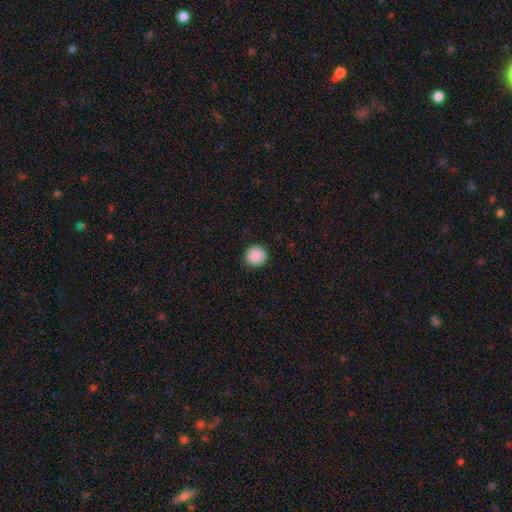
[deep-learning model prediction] A smooth galaxy with no disk features (90%) that is round (95%). Merging: none (92%).